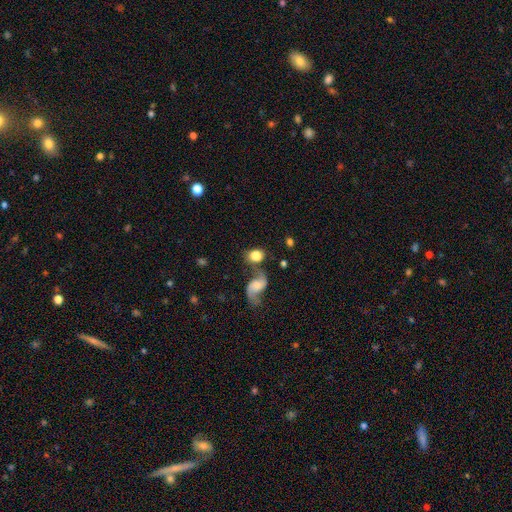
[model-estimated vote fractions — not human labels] Smooth or featured: smooth — 69% (featured or disk — 22%)
How rounded: round — 57% (in between — 41%)
Merging: none — 49% (merger — 30%)